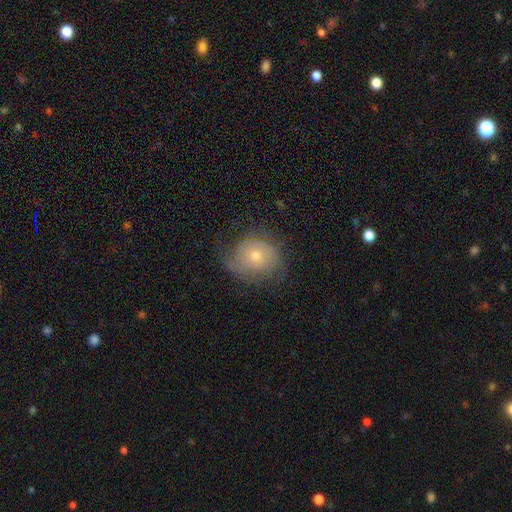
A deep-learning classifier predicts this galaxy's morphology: Q: Smooth or featured?
A: featured or disk (47%); runner-up: smooth (43%)
Q: Merging?
A: none (62%); runner-up: minor disturbance (24%)